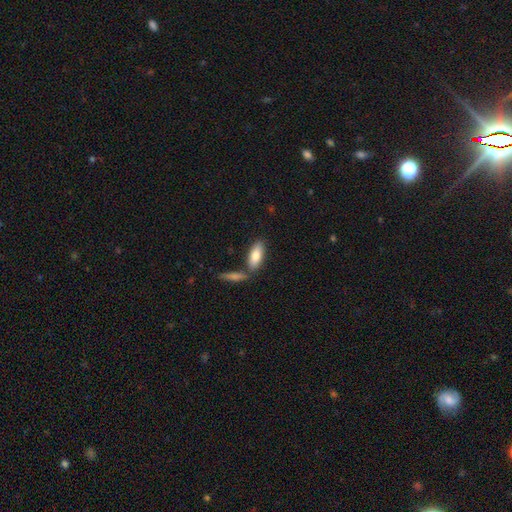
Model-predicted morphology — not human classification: Smooth or featured? smooth (79%)
How rounded? in between (77%)
Merging? none (66%)